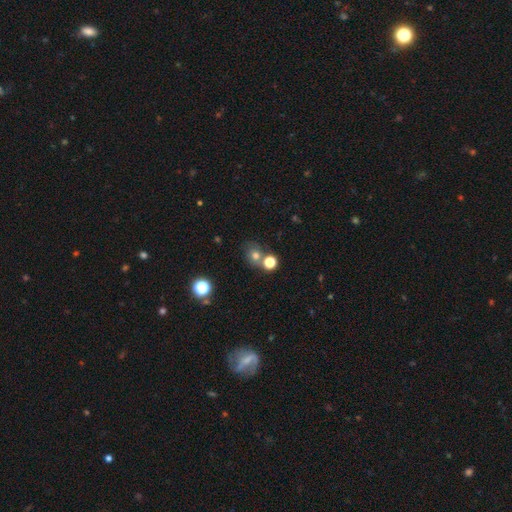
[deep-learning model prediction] smooth 69%, star or artifact 19%, featured or disk 12%. Down the decision tree: how rounded — round (73%); merging — none (57%).